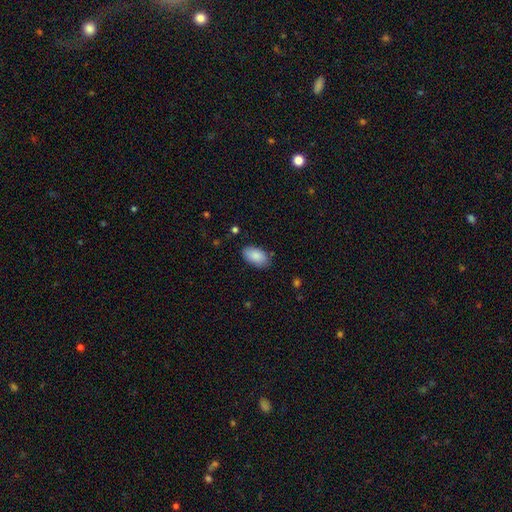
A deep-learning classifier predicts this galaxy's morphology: Smooth or featured?
  - smooth: 88% *
  - star or artifact: 6%
  - featured or disk: 6%
How rounded?
  - in between: 95% *
  - round: 4%
  - cigar-shaped: 2%
Merging?
  - none: 83% *
  - minor disturbance: 13%
  - major disturbance: 3%
  - merger: 1%